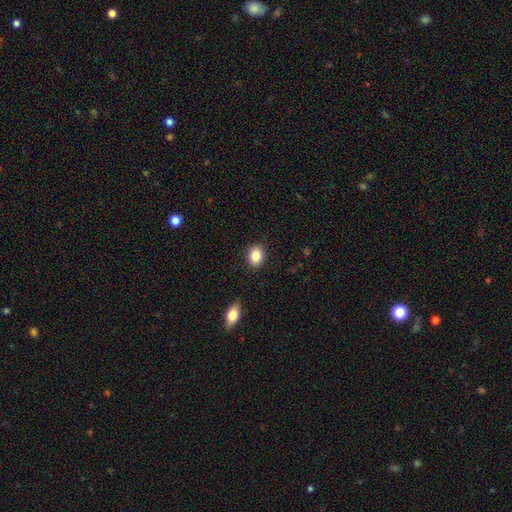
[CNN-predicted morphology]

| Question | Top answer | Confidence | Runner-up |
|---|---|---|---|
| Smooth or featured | smooth | 86% | star or artifact (9%) |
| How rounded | in between | 61% | round (38%) |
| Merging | none | 88% | minor disturbance (8%) |